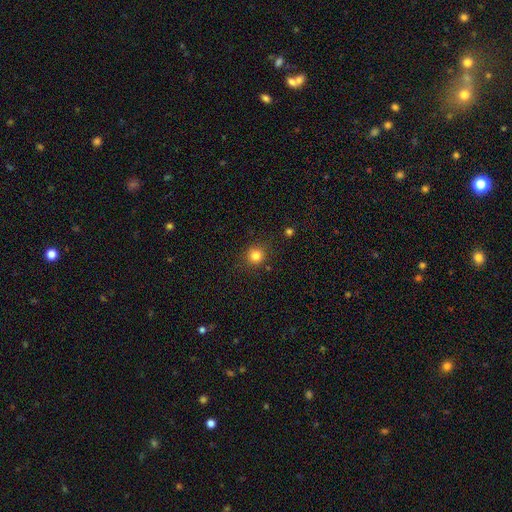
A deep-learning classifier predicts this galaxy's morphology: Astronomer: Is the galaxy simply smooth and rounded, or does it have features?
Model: smooth — 82%.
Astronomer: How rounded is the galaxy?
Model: round — 90%.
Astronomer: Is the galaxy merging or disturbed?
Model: none — 85%.